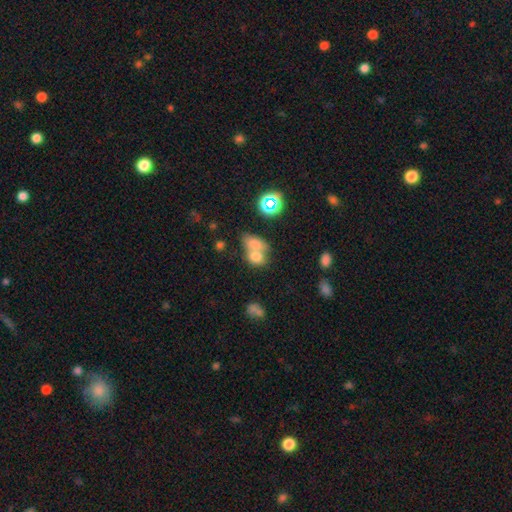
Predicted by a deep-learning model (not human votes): This is likely a smooth galaxy (73%). How rounded: likely in between (64%). Merging: likely merger (65%).